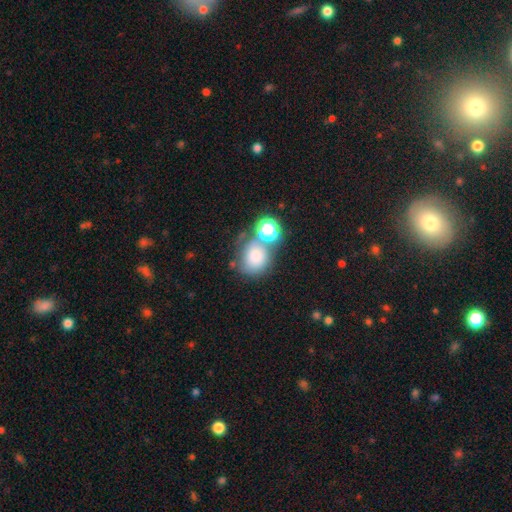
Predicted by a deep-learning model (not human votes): Q: Smooth or featured?
A: smooth (73%); runner-up: star or artifact (15%)
Q: How rounded?
A: round (72%); runner-up: in between (27%)
Q: Merging?
A: none (48%); runner-up: merger (28%)